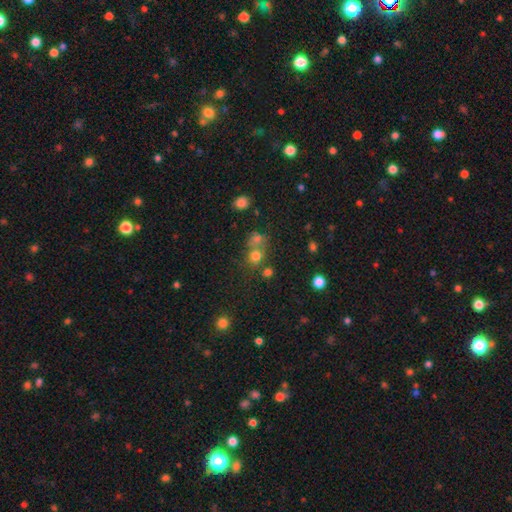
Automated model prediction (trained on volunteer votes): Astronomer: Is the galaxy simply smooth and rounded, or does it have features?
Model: smooth — 71%.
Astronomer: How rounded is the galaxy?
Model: round — 80%.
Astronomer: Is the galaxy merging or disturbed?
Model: none — 49% (runner-up: merger, 37%).